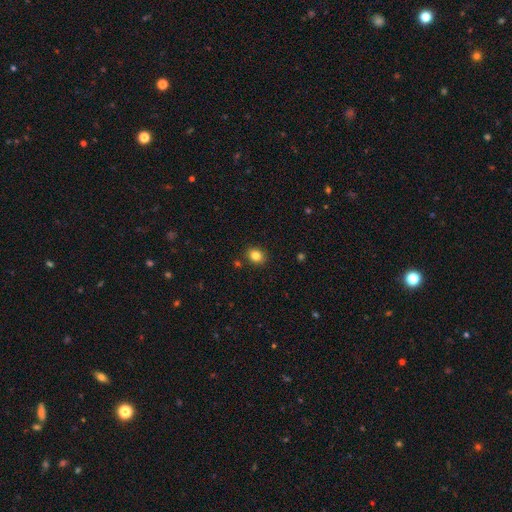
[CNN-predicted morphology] Smooth or featured: smooth — 83% (star or artifact — 11%)
How rounded: round — 50% (in between — 49%)
Merging: none — 87% (minor disturbance — 9%)